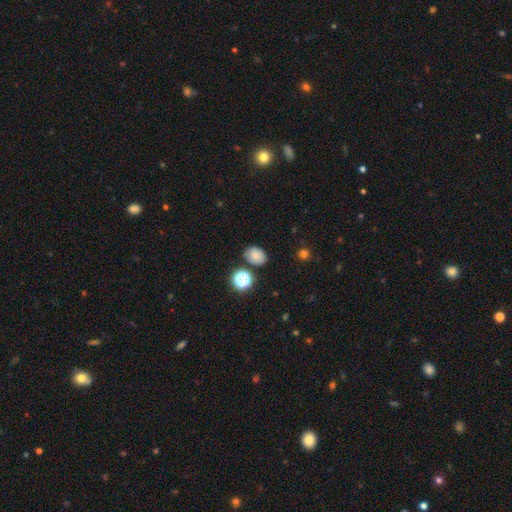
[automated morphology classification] Smooth or featured: smooth — 77% (star or artifact — 14%)
How rounded: in between — 61% (round — 38%)
Merging: none — 77% (minor disturbance — 14%)